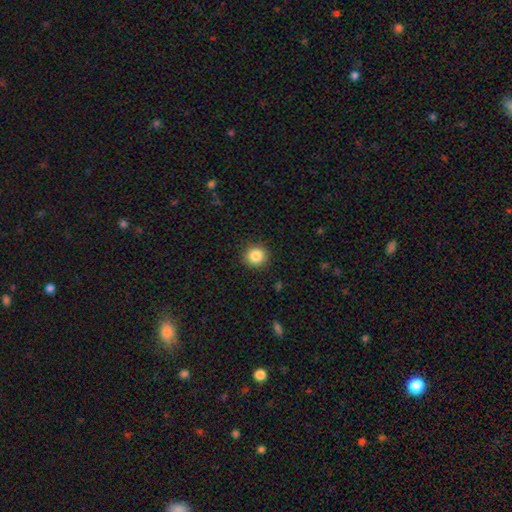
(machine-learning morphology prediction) smooth_or_featured: smooth (p=0.86) [alt: star or artifact p=0.10]
how_rounded: round (p=0.92) [alt: in between p=0.07]
merging: none (p=0.91) [alt: minor disturbance p=0.06]